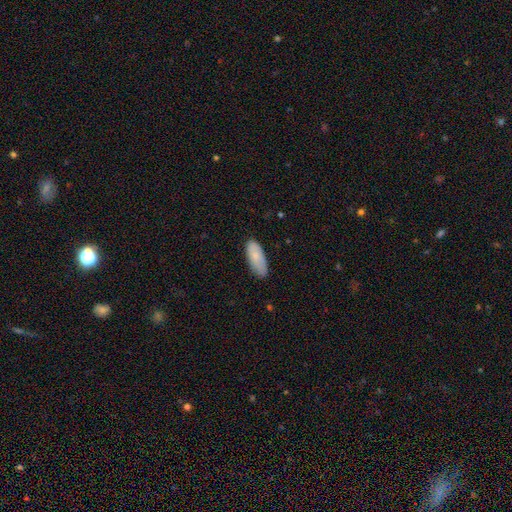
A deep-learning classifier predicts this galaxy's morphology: This appears to be a smooth galaxy with no disk features (80%) that is in between round and cigar-shaped (78%). Merging: none (78%).